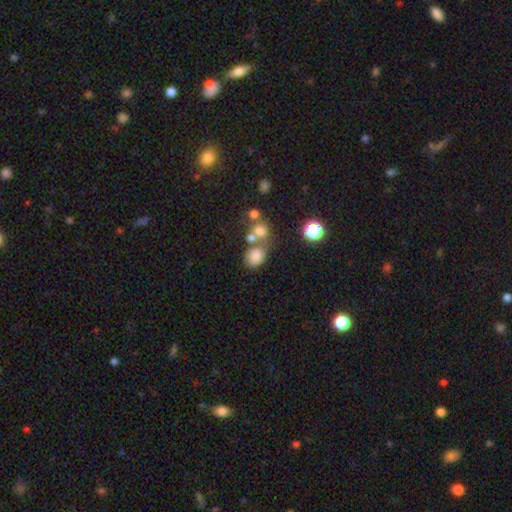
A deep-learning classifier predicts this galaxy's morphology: Q: Smooth or featured?
A: smooth (74%); runner-up: star or artifact (15%)
Q: How rounded?
A: round (61%); runner-up: in between (38%)
Q: Merging?
A: none (48%); runner-up: merger (33%)